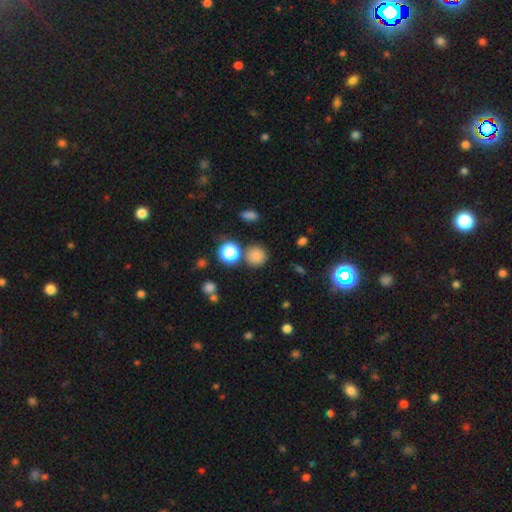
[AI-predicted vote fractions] Morphology: type=smooth (79%); roundness=round (91%); merging=none (78%).